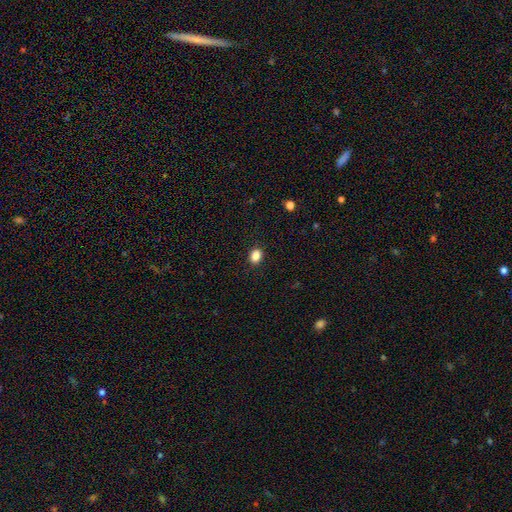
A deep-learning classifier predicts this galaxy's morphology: Smooth or featured: smooth — 87% (star or artifact — 10%)
How rounded: in between — 65% (round — 34%)
Merging: none — 89% (minor disturbance — 8%)